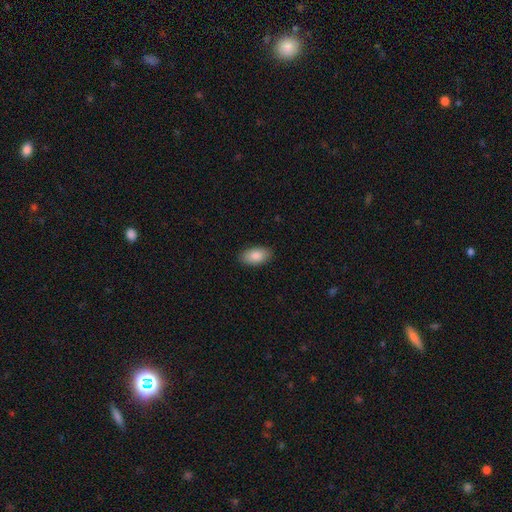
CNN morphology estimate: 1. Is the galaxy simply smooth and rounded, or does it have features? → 88% smooth, 6% featured or disk, 6% star or artifact.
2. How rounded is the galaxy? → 94% in between, 3% round, 2% cigar-shaped.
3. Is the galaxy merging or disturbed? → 88% none, 9% minor disturbance, 2% major disturbance, 1% merger.